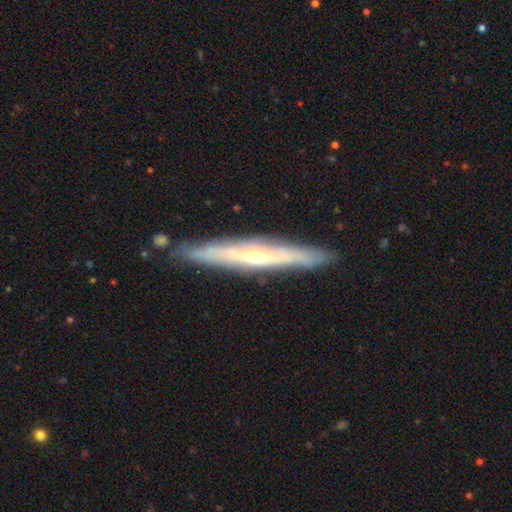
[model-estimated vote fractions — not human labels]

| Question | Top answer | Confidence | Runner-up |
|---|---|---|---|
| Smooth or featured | featured or disk | 72% | smooth (22%) |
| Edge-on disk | yes | 88% | no (12%) |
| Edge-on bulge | rounded | 73% | none (23%) |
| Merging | none | 86% | minor disturbance (10%) |